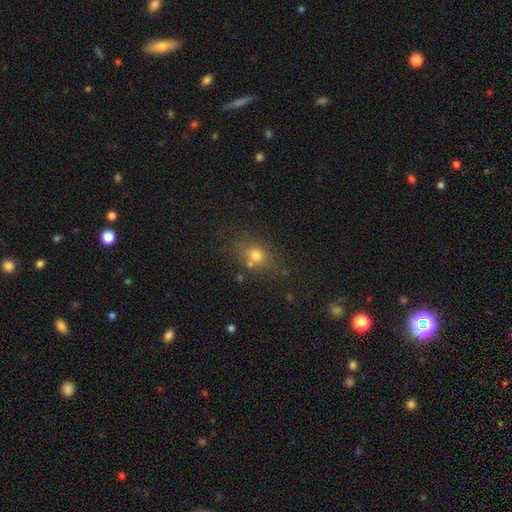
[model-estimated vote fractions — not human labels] Smooth or featured: smooth — 69% (star or artifact — 17%)
How rounded: round — 53% (in between — 44%)
Merging: none — 67% (minor disturbance — 16%)